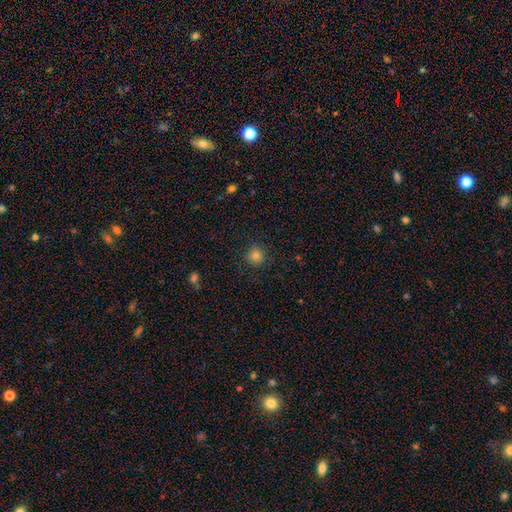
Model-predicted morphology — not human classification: Smooth or featured? smooth (81%)
How rounded? round (92%)
Merging? none (89%)